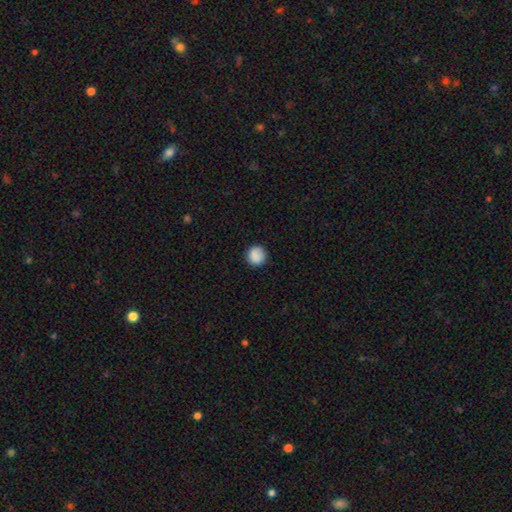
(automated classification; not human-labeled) Smooth or featured? smooth (87%)
How rounded? round (91%)
Merging? none (86%)